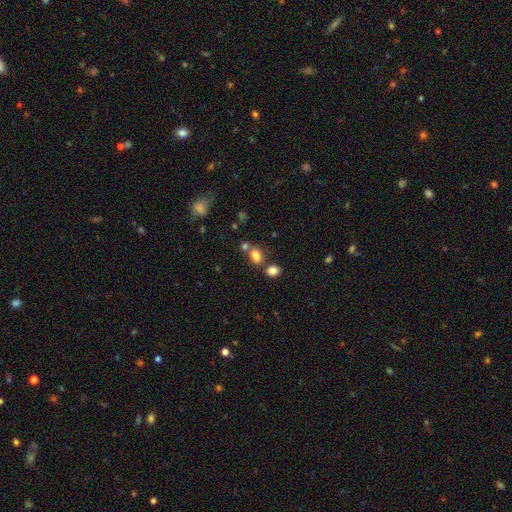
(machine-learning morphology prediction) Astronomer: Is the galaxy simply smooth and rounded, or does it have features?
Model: smooth — 81%.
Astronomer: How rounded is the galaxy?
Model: in between — 73%.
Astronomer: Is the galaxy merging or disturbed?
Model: none — 58%.